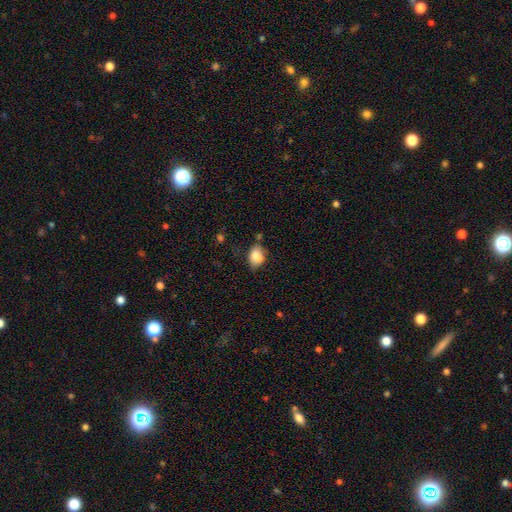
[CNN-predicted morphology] A smooth galaxy with no disk features (82%) that is in between round and cigar-shaped (63%).

Vote fractions:
- Smooth or featured? smooth: 82% / featured or disk: 9% / star or artifact: 9%
- How rounded? in between: 63% / round: 36% / cigar-shaped: 1%
- Merging? none: 59% / minor disturbance: 28% / major disturbance: 7% / merger: 6%